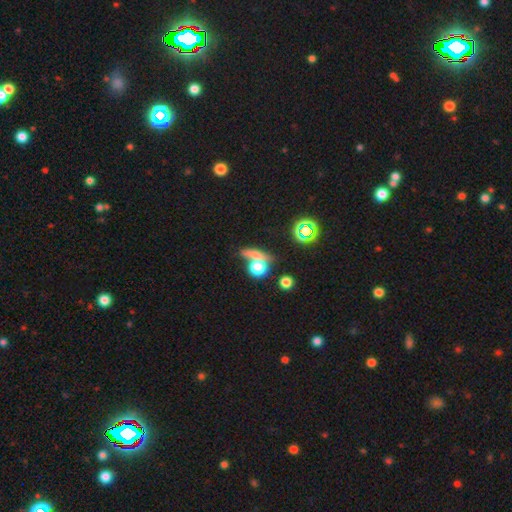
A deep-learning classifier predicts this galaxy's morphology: This appears to be a smooth galaxy with no disk features (63%) that is round (53%). Merging: none (46%).